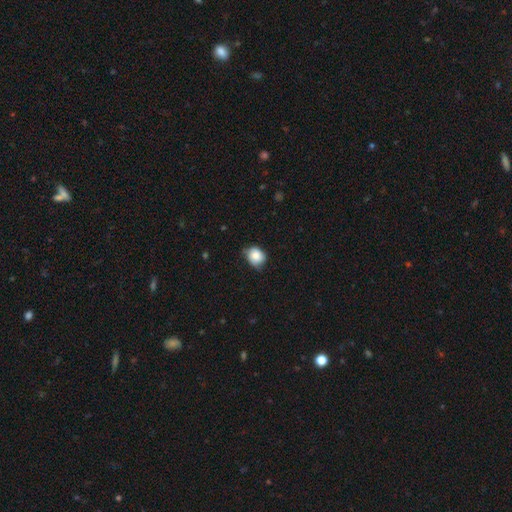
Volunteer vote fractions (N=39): Q: Smooth or featured?
A: smooth (74%); runner-up: featured or disk (21%)
Q: How rounded?
A: round (52%); runner-up: in between (45%)
Q: Merging?
A: minor disturbance (49%); runner-up: none (41%)